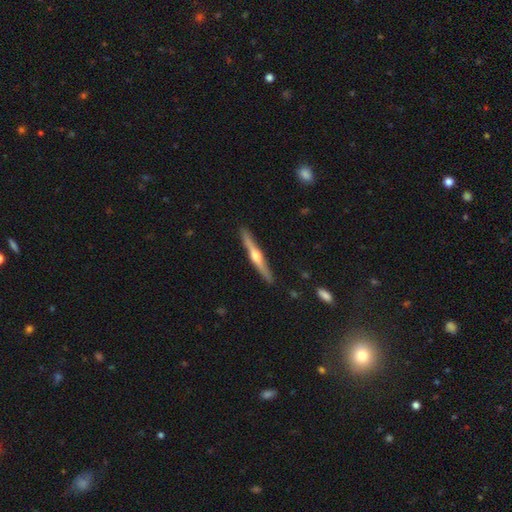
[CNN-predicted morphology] featured or disk 71%, smooth 24%, star or artifact 5%. Down the decision tree: edge-on disk — yes (98%); edge-on bulge — rounded (90%); merging — none (90%).